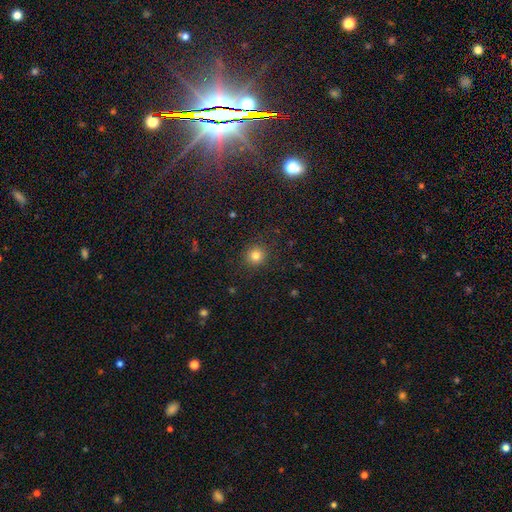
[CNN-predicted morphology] Smooth or featured? Predicted: smooth (p=0.82). How rounded? Predicted: round (p=0.91). Merging? Predicted: none (p=0.90).